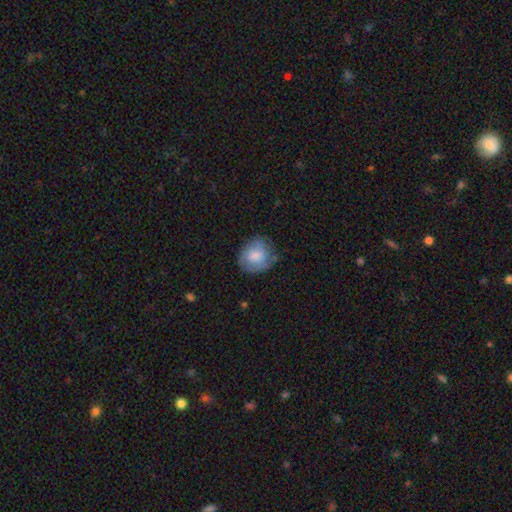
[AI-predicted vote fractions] Smooth or featured?
  - smooth: 63% *
  - featured or disk: 29%
  - star or artifact: 7%
How rounded?
  - round: 76% *
  - in between: 23%
  - cigar-shaped: 1%
Merging?
  - none: 64% *
  - minor disturbance: 25%
  - major disturbance: 9%
  - merger: 2%